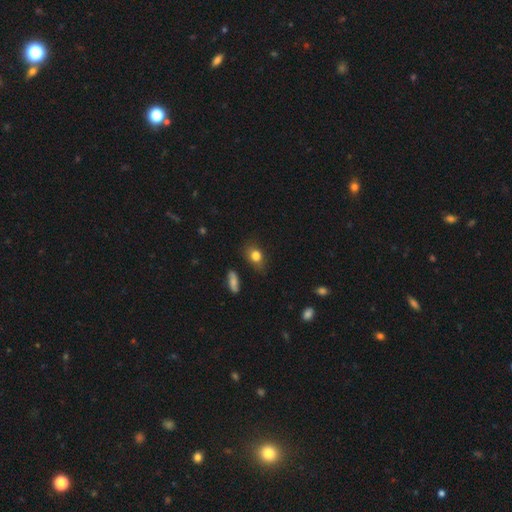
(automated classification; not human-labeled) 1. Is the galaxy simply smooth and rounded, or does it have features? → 80% smooth, 11% star or artifact, 10% featured or disk.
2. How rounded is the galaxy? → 61% in between, 36% round, 3% cigar-shaped.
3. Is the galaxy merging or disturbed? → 65% none, 25% minor disturbance, 7% major disturbance, 3% merger.